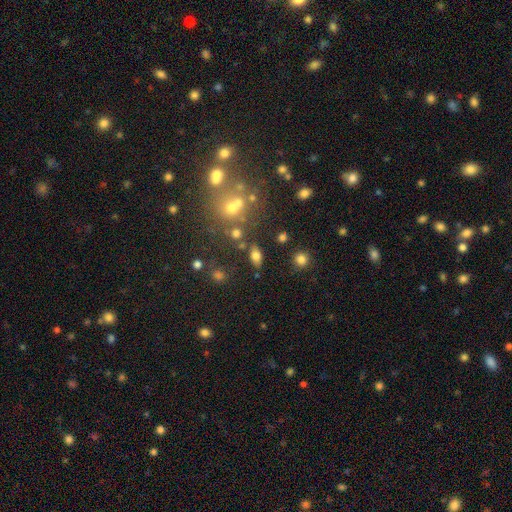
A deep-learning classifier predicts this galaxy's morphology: This is likely a smooth galaxy (72%). How rounded: clearly in between (85%). Merging: likely none (78%).